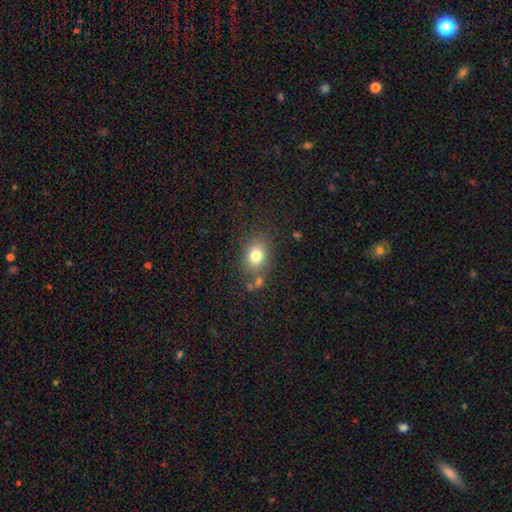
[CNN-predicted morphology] Smooth or featured? smooth (78%)
How rounded? in between (53%)
Merging? none (71%)